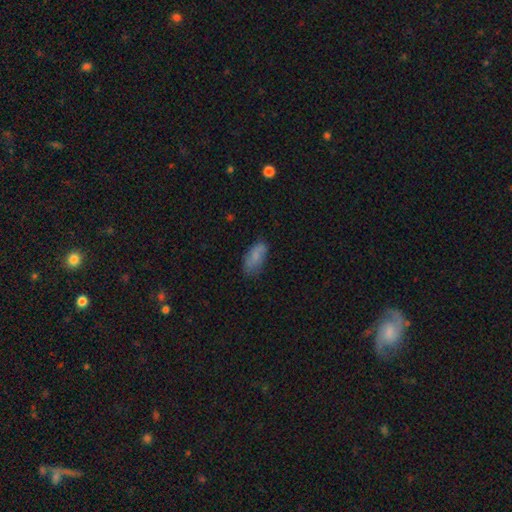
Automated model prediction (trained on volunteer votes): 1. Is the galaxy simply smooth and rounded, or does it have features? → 76% smooth, 15% featured or disk, 8% star or artifact.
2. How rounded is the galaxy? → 89% in between, 9% cigar-shaped, 3% round.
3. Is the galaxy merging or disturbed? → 67% none, 24% minor disturbance, 7% major disturbance, 2% merger.